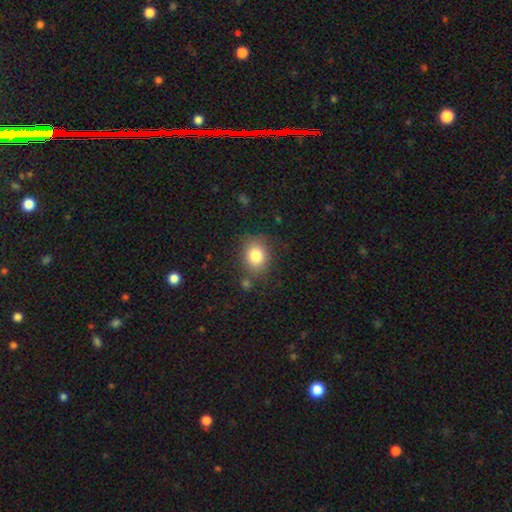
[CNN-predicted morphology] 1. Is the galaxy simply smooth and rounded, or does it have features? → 82% smooth, 10% star or artifact, 8% featured or disk.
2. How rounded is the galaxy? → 59% round, 40% in between, 1% cigar-shaped.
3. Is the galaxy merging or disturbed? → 79% none, 13% minor disturbance, 4% major disturbance, 4% merger.